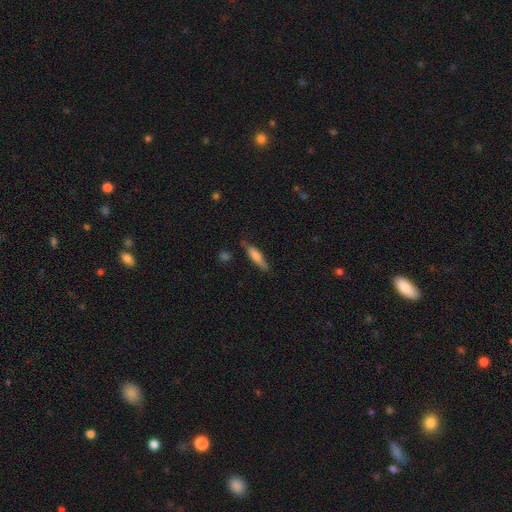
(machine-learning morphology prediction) This is likely a smooth galaxy (76%). How rounded: likely cigar-shaped (73%). Merging: likely none (71%).